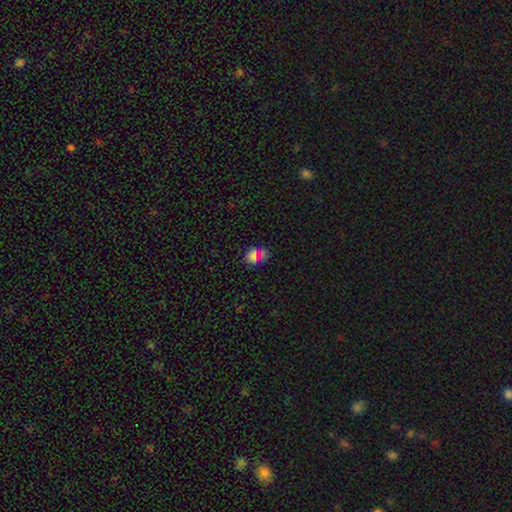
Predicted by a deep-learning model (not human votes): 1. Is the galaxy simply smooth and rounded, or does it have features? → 62% smooth, 30% star or artifact, 8% featured or disk.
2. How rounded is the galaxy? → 58% round, 39% in between, 3% cigar-shaped.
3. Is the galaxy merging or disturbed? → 70% none, 14% minor disturbance, 11% merger, 6% major disturbance.